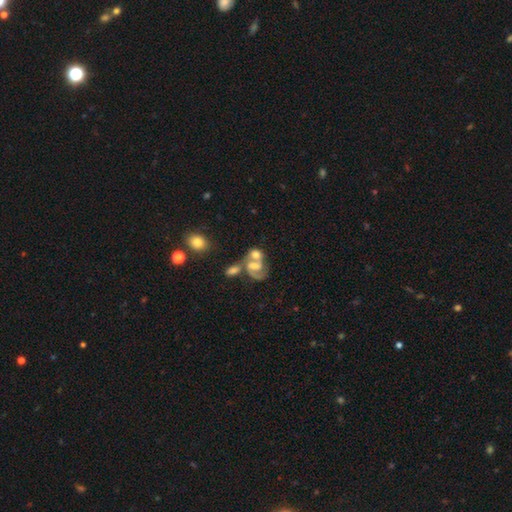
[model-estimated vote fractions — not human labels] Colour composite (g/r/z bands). It shows a featured or disk galaxy (66%) with no bar (48%), 2 (71%) medium (48%) spiral arms (81%) and a moderate central bulge (43%). Merging: merger (59%).